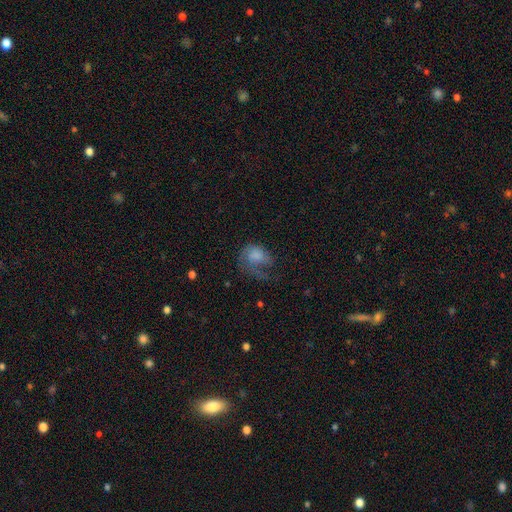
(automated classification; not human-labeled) Q: Smooth or featured?
A: smooth (55%); runner-up: featured or disk (35%)
Q: How rounded?
A: in between (61%); runner-up: round (37%)
Q: Merging?
A: major disturbance (49%); runner-up: none (26%)